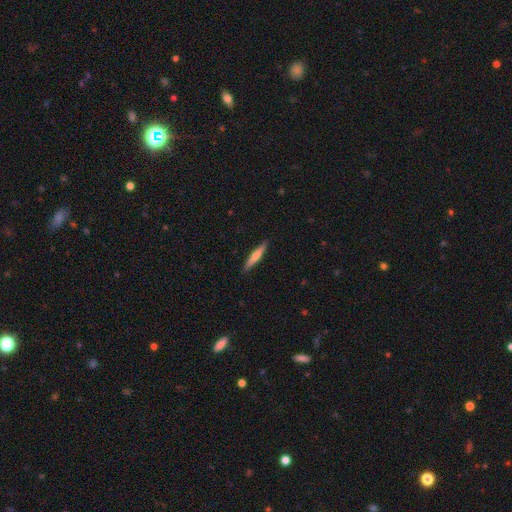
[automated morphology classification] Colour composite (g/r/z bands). It shows a smooth galaxy with no disk features (56%) that is cigar-shaped (92%). Merging: none (90%).